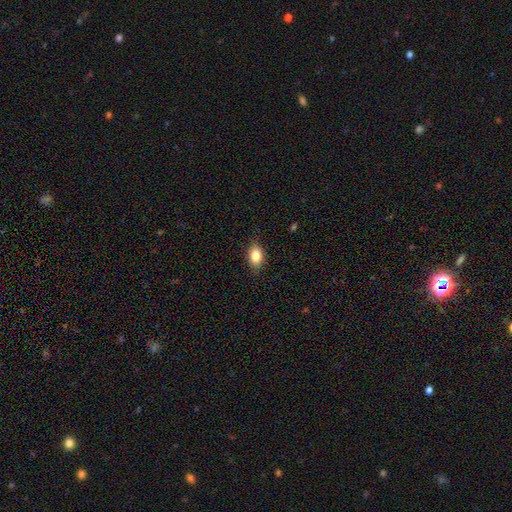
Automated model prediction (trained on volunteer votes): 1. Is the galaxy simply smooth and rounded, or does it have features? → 84% smooth, 8% star or artifact, 8% featured or disk.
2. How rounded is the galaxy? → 82% in between, 16% round, 2% cigar-shaped.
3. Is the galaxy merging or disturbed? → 84% none, 13% minor disturbance, 3% major disturbance, 1% merger.